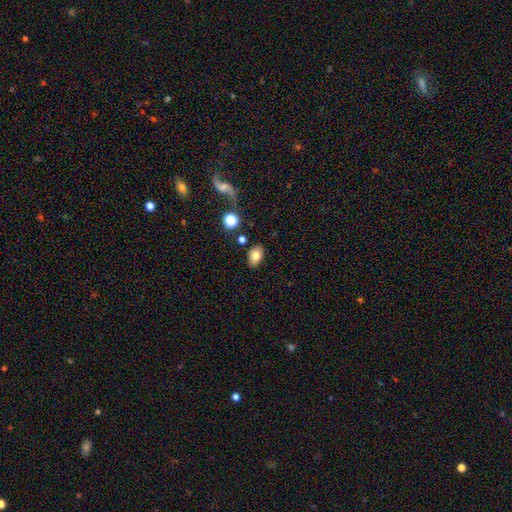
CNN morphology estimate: This appears to be a smooth galaxy with no disk features (78%) that is in between round and cigar-shaped (84%). Merging: none (83%).